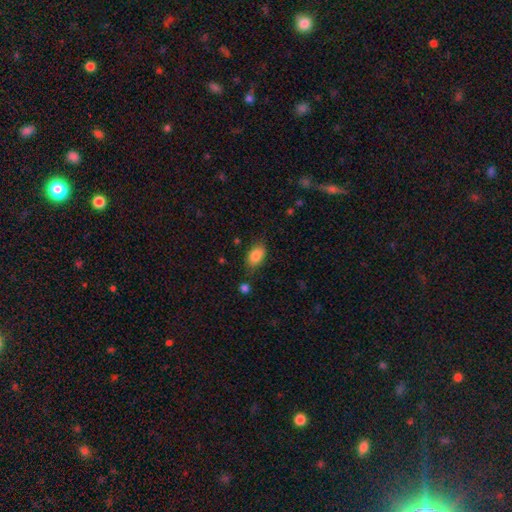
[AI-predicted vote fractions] Smooth or featured? Predicted: smooth (p=0.86). How rounded? Predicted: in between (p=0.90). Merging? Predicted: none (p=0.75).